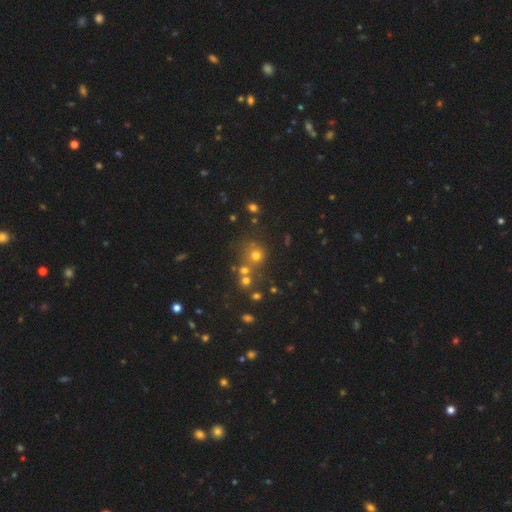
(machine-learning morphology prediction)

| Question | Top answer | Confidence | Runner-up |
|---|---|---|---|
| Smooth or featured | smooth | 64% | star or artifact (25%) |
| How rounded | round | 88% | in between (11%) |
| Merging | none | 62% | merger (24%) |